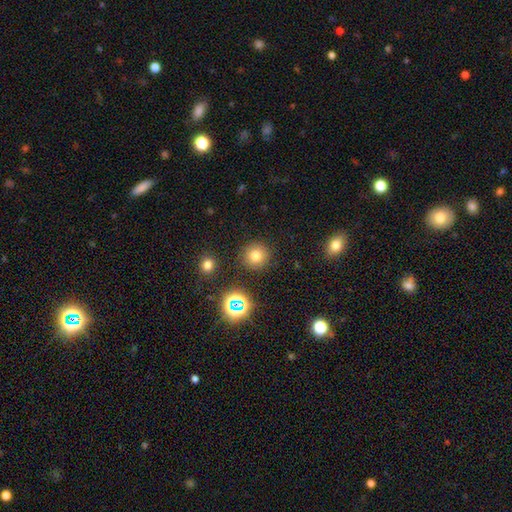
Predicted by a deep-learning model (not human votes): Morphology: type=smooth (74%); roundness=round (94%); merging=none (88%).